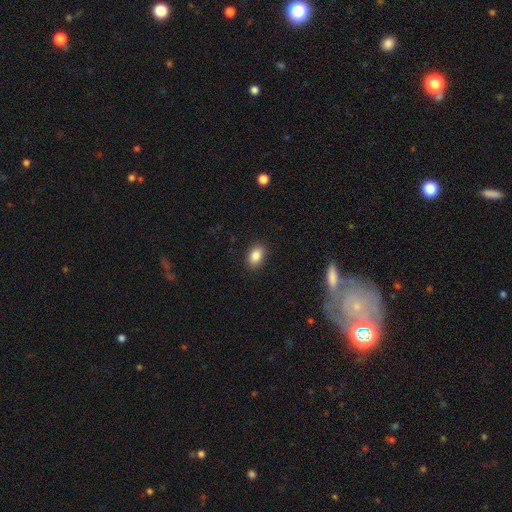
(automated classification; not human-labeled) A smooth galaxy with no disk features (86%) that is in between round and cigar-shaped (81%). Merging: none (89%).